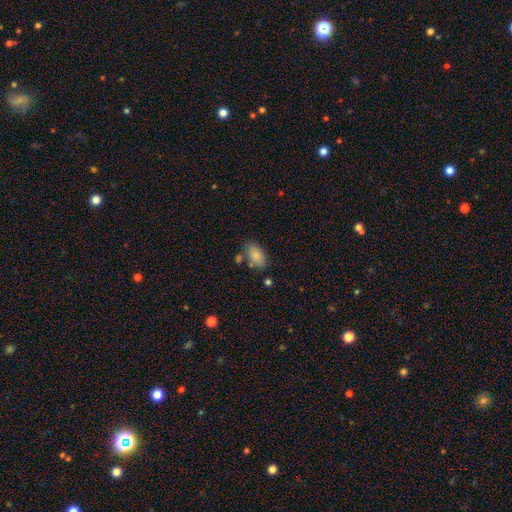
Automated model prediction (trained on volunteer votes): Smooth or featured: smooth — 85% (star or artifact — 8%)
How rounded: in between — 91% (round — 6%)
Merging: none — 68% (minor disturbance — 18%)